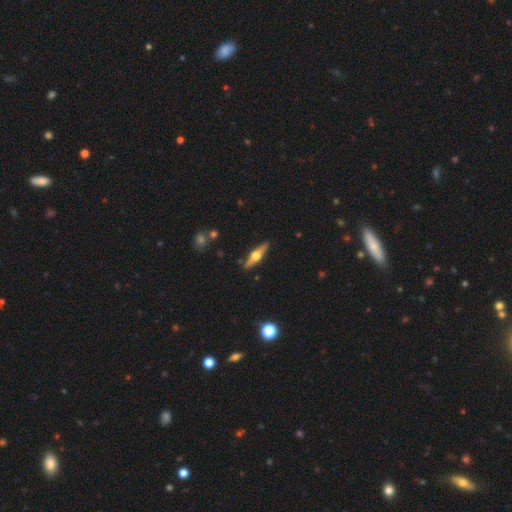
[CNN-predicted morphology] This is likely a featured or disk galaxy (71%). It is clearly viewed edge-on (96%). Edge-on bulge: clearly rounded (96%). Merging: clearly none (89%).